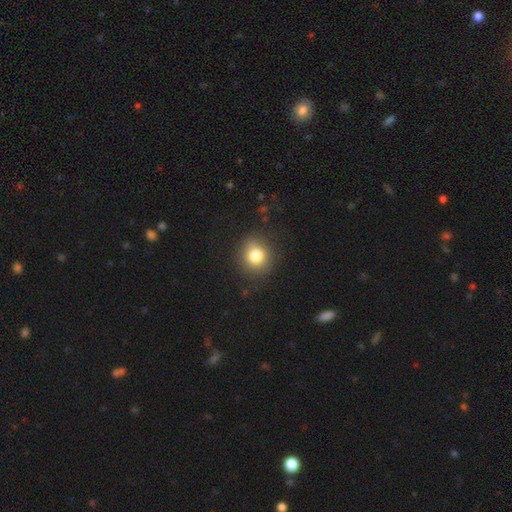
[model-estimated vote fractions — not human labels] Smooth or featured?
  - smooth: 79% *
  - star or artifact: 11%
  - featured or disk: 9%
How rounded?
  - round: 83% *
  - in between: 16%
  - cigar-shaped: 1%
Merging?
  - none: 81% *
  - minor disturbance: 13%
  - major disturbance: 4%
  - merger: 2%